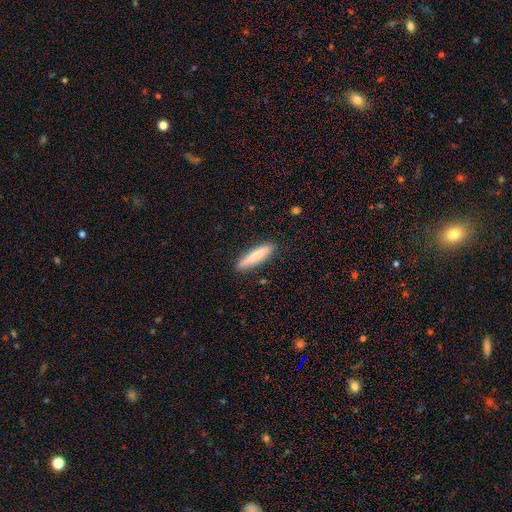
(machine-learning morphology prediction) Q: Smooth or featured?
A: smooth (77%); runner-up: featured or disk (18%)
Q: How rounded?
A: cigar-shaped (85%); runner-up: in between (14%)
Q: Merging?
A: none (88%); runner-up: minor disturbance (9%)